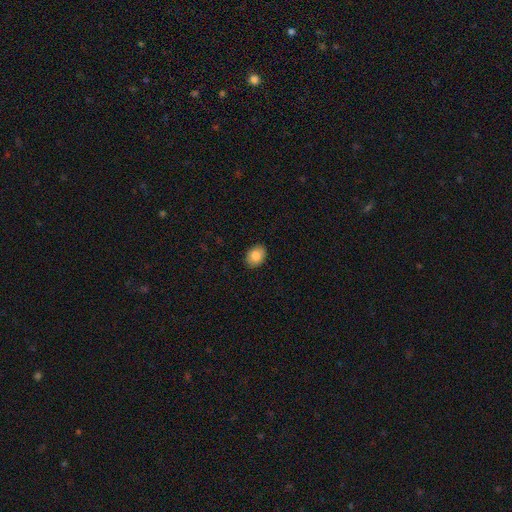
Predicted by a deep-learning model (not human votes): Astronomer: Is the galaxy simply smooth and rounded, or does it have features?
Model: smooth — 83%.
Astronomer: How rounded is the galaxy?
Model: in between — 70%.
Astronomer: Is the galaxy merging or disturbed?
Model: none — 89%.